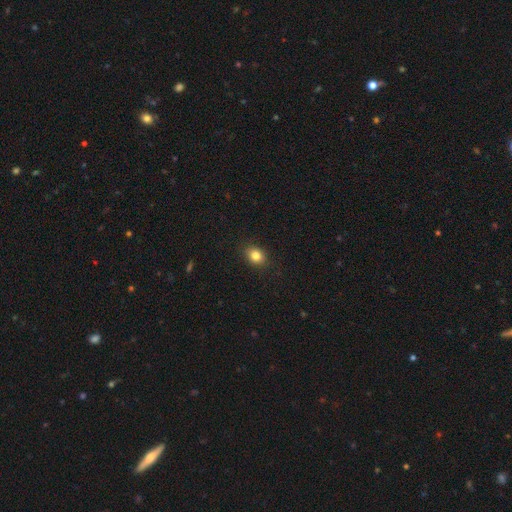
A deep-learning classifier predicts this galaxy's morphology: type=smooth (84%); roundness=in between (57%); merging=none (89%).